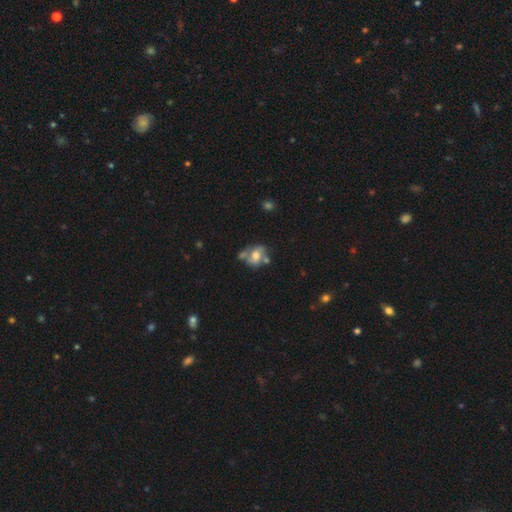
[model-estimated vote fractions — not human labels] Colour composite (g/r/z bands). It shows a featured or disk galaxy (46%). Merging: none (38%).